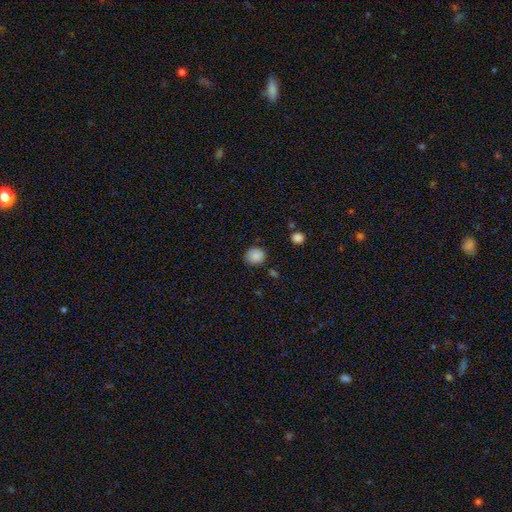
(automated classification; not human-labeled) smooth 86%, star or artifact 9%, featured or disk 5%. Down the decision tree: how rounded — round (80%); merging — none (81%).